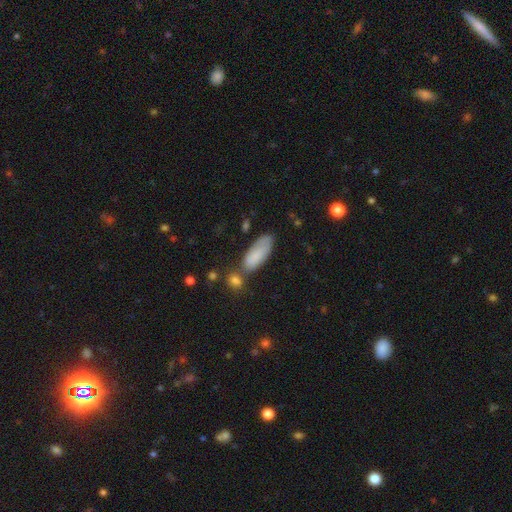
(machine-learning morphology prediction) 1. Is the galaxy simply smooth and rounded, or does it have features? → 77% smooth, 16% featured or disk, 7% star or artifact.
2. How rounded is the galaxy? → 75% in between, 23% cigar-shaped, 2% round.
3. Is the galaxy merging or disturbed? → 53% none, 24% minor disturbance, 15% merger, 8% major disturbance.